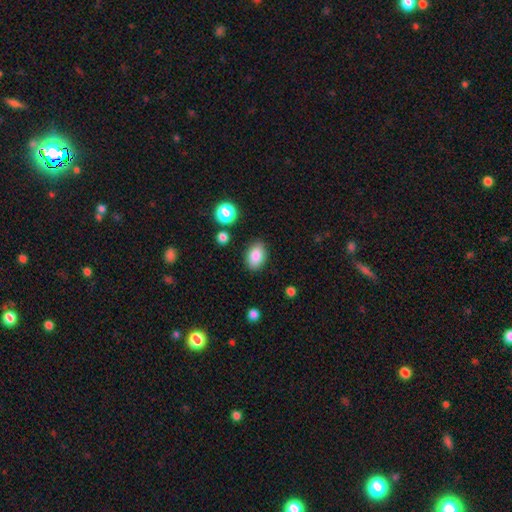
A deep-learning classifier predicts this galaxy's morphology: Smooth or featured? smooth (84%)
How rounded? in between (86%)
Merging? none (86%)